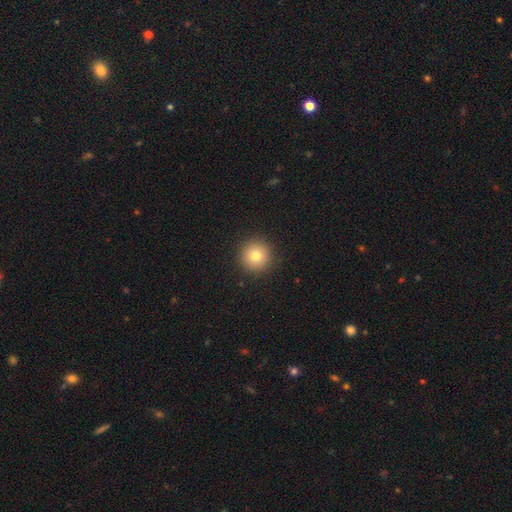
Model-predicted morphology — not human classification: Smooth or featured? Predicted: smooth (p=0.78). How rounded? Predicted: round (p=0.95). Merging? Predicted: none (p=0.92).